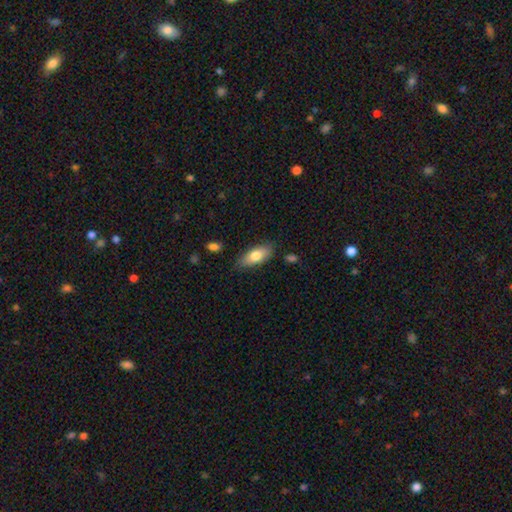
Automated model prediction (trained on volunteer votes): smooth 76%, featured or disk 18%, star or artifact 6%. Down the decision tree: how rounded — in between (82%); merging — none (81%).